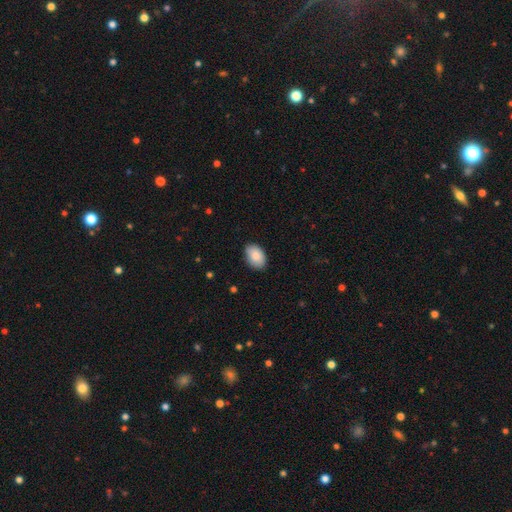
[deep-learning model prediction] Smooth or featured? smooth (88%)
How rounded? in between (88%)
Merging? none (84%)